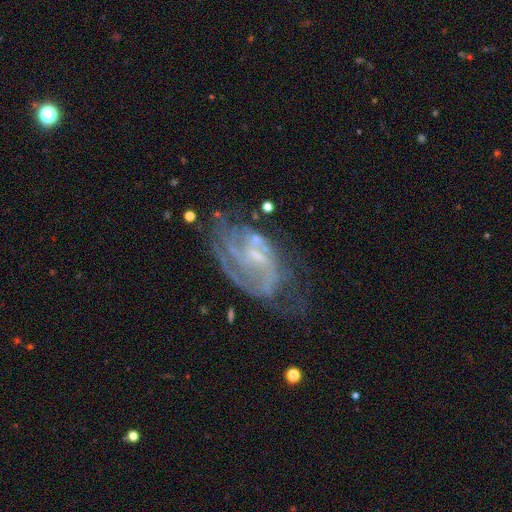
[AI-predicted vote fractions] Smooth or featured: featured or disk — 79% (smooth — 12%)
Edge-on disk: no — 96% (yes — 4%)
Bar: weak — 45% (no — 43%)
Spiral arms: yes — 80% (no — 20%)
Spiral winding: tight — 41% (medium — 40%)
Spiral arm count: can't tell — 42% (2 — 26%)
Bulge size: small — 55% (none — 25%)
Merging: none — 42% (major disturbance — 28%)